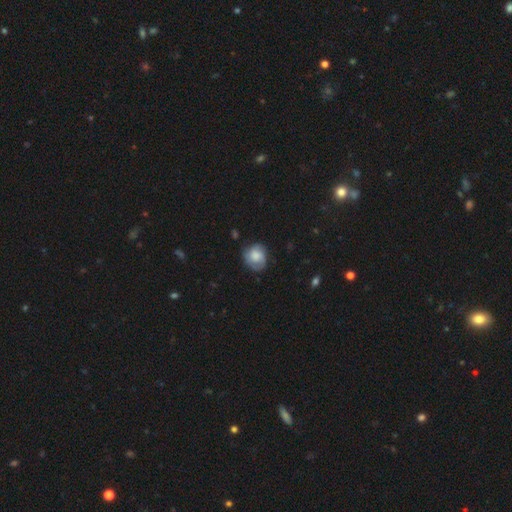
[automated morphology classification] smooth 61%, featured or disk 32%, star or artifact 7%. Down the decision tree: how rounded — round (73%); merging — none (68%).